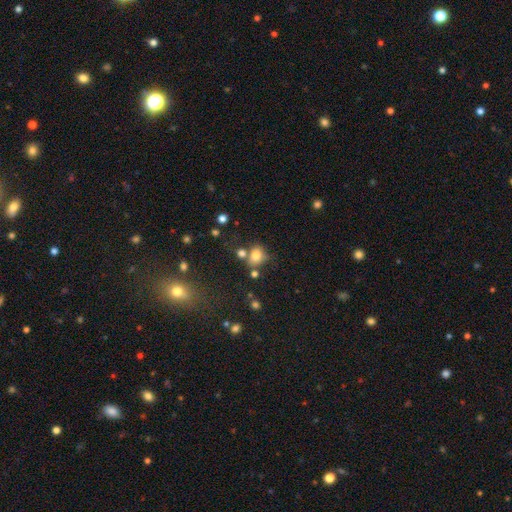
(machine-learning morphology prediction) Smooth or featured? smooth (77%)
How rounded? round (57%)
Merging? none (57%)